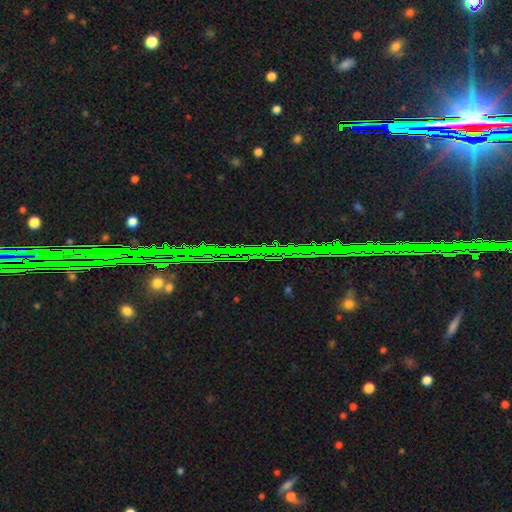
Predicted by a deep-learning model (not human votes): This appears to be a star or artifact, not a galaxy (85%).